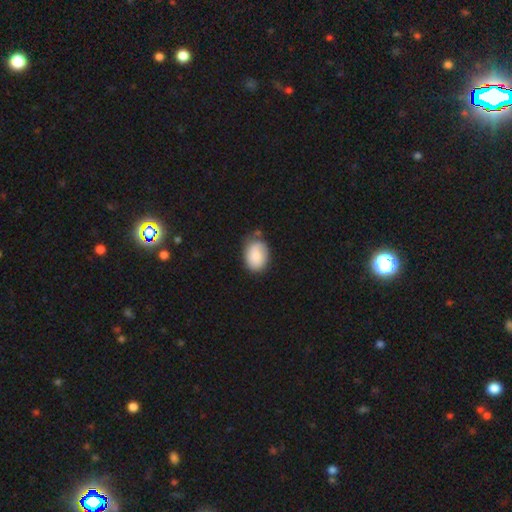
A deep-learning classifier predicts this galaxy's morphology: Smooth or featured? smooth (80%)
How rounded? in between (75%)
Merging? none (59%)